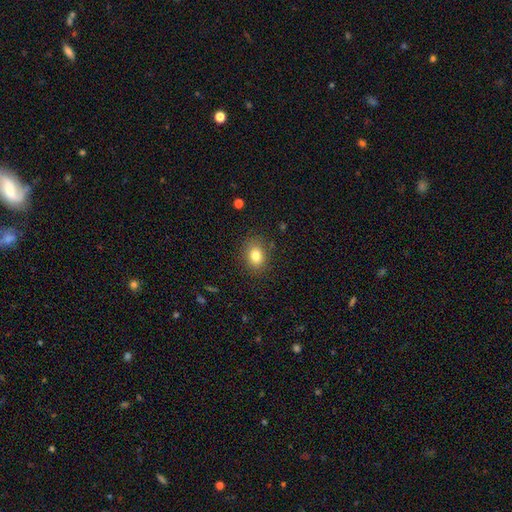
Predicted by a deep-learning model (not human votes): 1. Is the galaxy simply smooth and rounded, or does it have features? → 82% smooth, 10% star or artifact, 8% featured or disk.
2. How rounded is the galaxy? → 60% in between, 39% round, 1% cigar-shaped.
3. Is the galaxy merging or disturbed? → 85% none, 11% minor disturbance, 3% major disturbance, 1% merger.